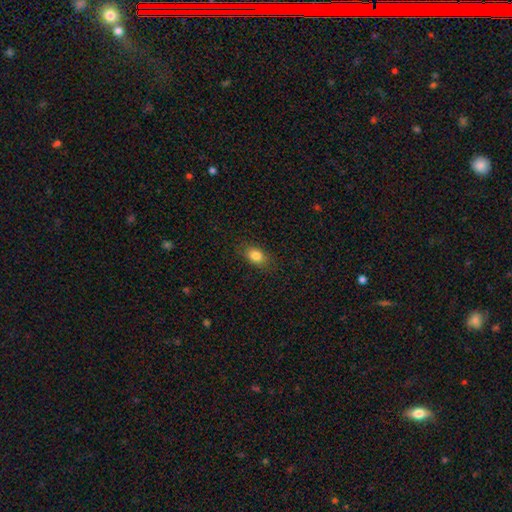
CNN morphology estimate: Smooth or featured?
  - smooth: 84% *
  - star or artifact: 9%
  - featured or disk: 7%
How rounded?
  - in between: 80% *
  - round: 17%
  - cigar-shaped: 3%
Merging?
  - none: 85% *
  - minor disturbance: 11%
  - major disturbance: 3%
  - merger: 1%